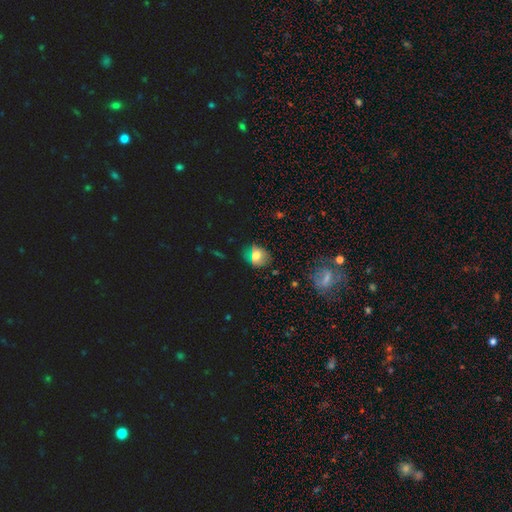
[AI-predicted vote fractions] Smooth or featured: smooth — 65% (star or artifact — 19%)
How rounded: round — 59% (in between — 39%)
Merging: none — 69% (minor disturbance — 20%)